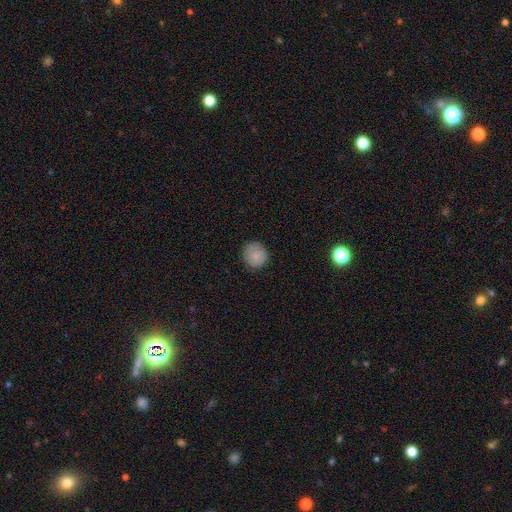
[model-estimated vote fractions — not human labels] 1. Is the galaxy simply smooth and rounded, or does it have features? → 83% smooth, 8% star or artifact, 8% featured or disk.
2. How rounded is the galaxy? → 89% round, 10% in between, 1% cigar-shaped.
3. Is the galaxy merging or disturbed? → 85% none, 12% minor disturbance, 2% major disturbance, 1% merger.